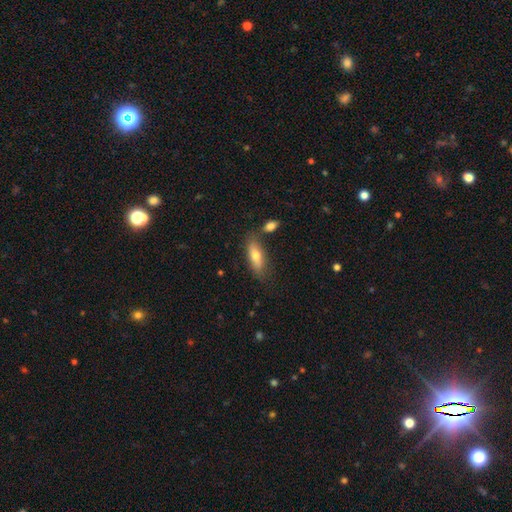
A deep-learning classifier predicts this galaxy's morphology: Smooth or featured? smooth (72%)
How rounded? in between (65%)
Merging? none (71%)